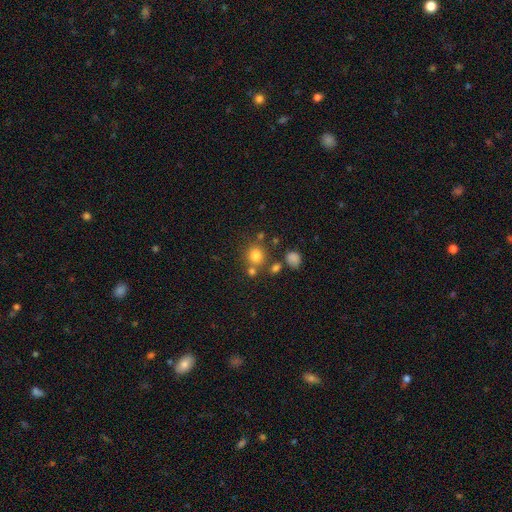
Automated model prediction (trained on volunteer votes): Smooth or featured: smooth — 77% (star or artifact — 15%)
How rounded: round — 85% (in between — 14%)
Merging: none — 68% (merger — 17%)